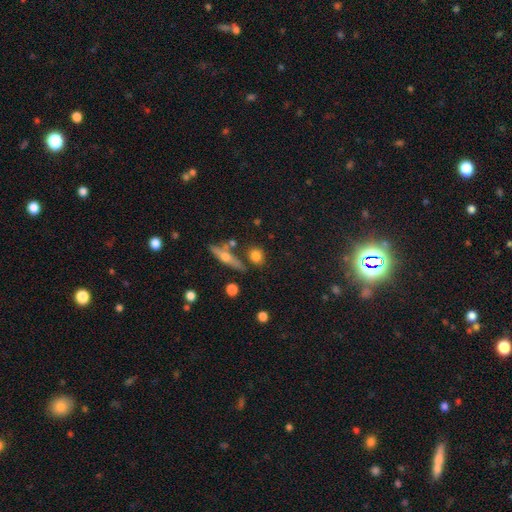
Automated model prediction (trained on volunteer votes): smooth-or-featured: smooth: 75% | featured or disk: 14% | star or artifact: 11%
  how-rounded: round: 61% | in between: 32% | cigar-shaped: 7%
  merging: none: 73% | minor disturbance: 13% | merger: 10% | major disturbance: 4%